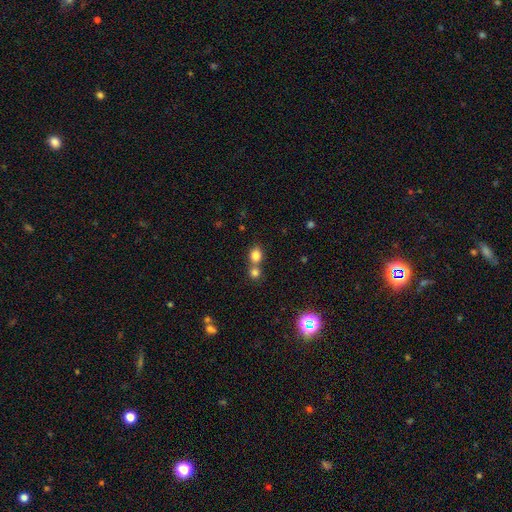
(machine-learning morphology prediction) type=smooth (80%); roundness=round (62%); merging=merger (46%).